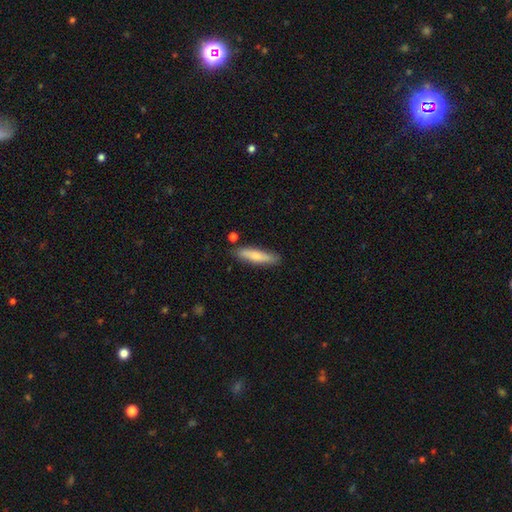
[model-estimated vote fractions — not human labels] Smooth or featured? smooth (72%)
How rounded? cigar-shaped (79%)
Merging? none (82%)